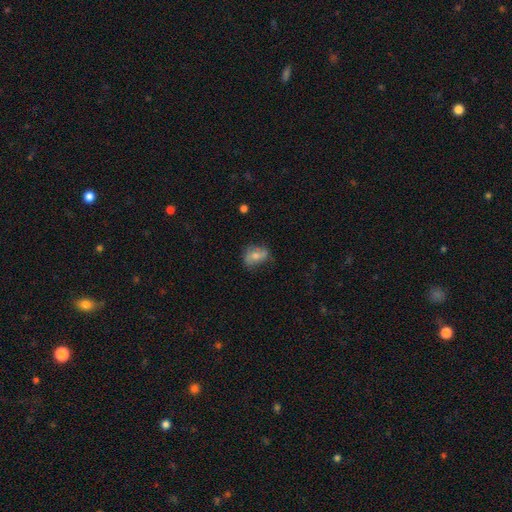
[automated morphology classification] smooth-or-featured: smooth: 56% | featured or disk: 35% | star or artifact: 9%
  how-rounded: in between: 71% | round: 26% | cigar-shaped: 2%
  merging: none: 60% | minor disturbance: 29% | major disturbance: 10% | merger: 2%